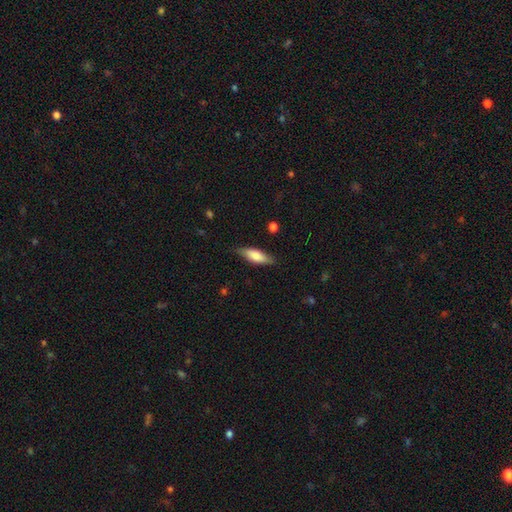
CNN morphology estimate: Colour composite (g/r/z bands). It shows a smooth galaxy with no disk features (72%) that is in between round and cigar-shaped (54%). Merging: none (81%).